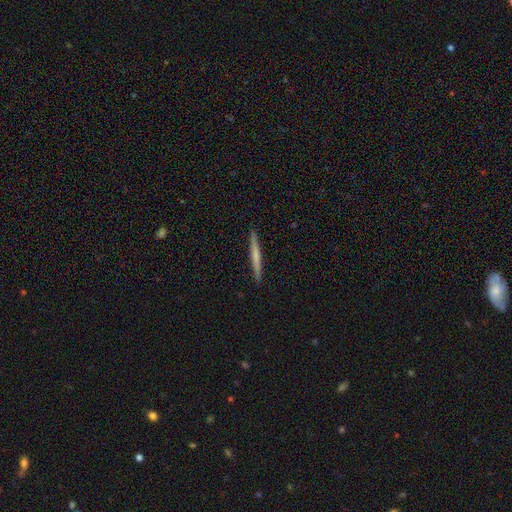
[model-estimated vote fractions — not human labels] smooth_or_featured: smooth (p=0.50) [alt: featured or disk p=0.45]
merging: none (p=0.92) [alt: minor disturbance p=0.05]